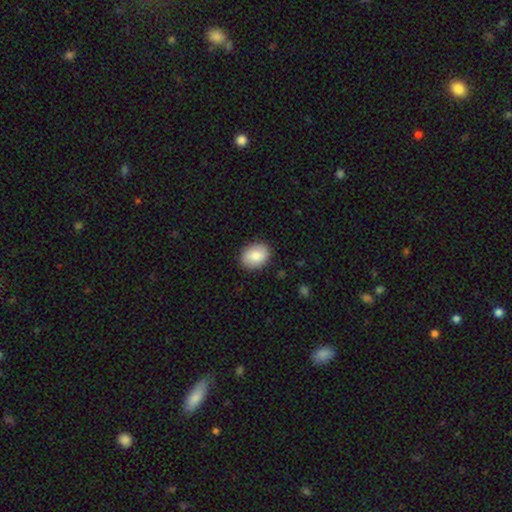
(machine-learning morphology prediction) Smooth or featured: smooth — 84% (featured or disk — 9%)
How rounded: in between — 58% (round — 41%)
Merging: none — 87% (minor disturbance — 9%)